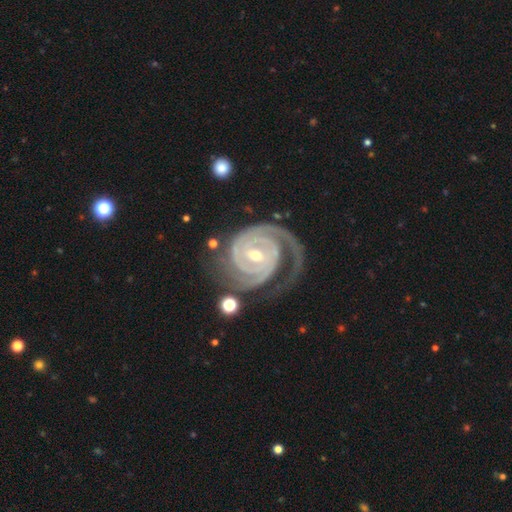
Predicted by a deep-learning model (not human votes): This is clearly a featured or disk galaxy (93%). It is clearly not viewed edge-on (98%). Bar: marginally weak (43%). Spiral arm pattern: clearly yes (99%). Spiral arm count: likely 2 (66%). Spiral winding: likely tight (78%). Central bulge: possibly small (49%). Merging: likely none (64%).